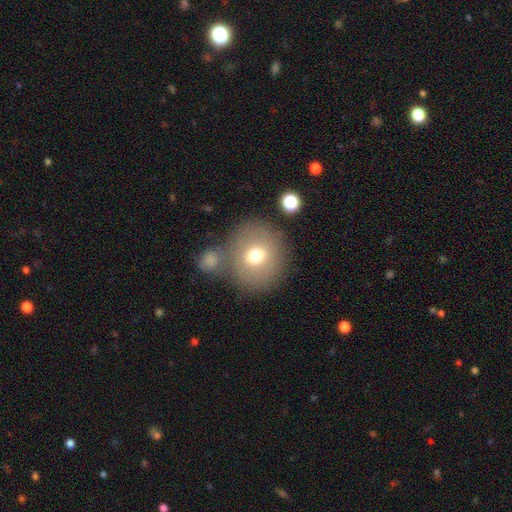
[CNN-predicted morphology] Smooth or featured? Predicted: smooth (p=0.71). How rounded? Predicted: round (p=0.80). Merging? Predicted: none (p=0.63).